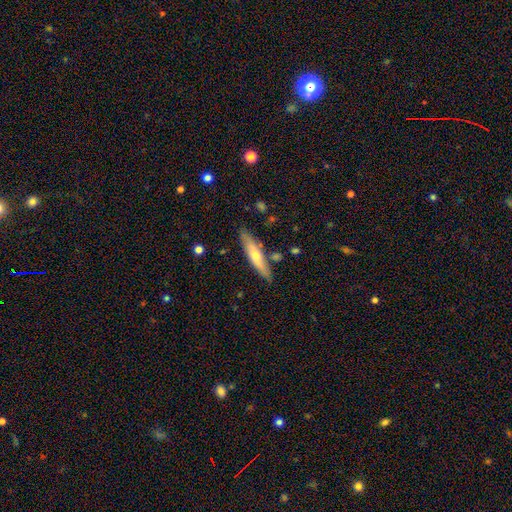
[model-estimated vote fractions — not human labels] A smooth galaxy with no disk features (53%) that is cigar-shaped (82%).

Vote fractions:
- Smooth or featured? smooth: 53% / featured or disk: 41% / star or artifact: 6%
- How rounded? cigar-shaped: 82% / in between: 17% / round: 2%
- Merging? none: 81% / minor disturbance: 12% / merger: 4% / major disturbance: 2%